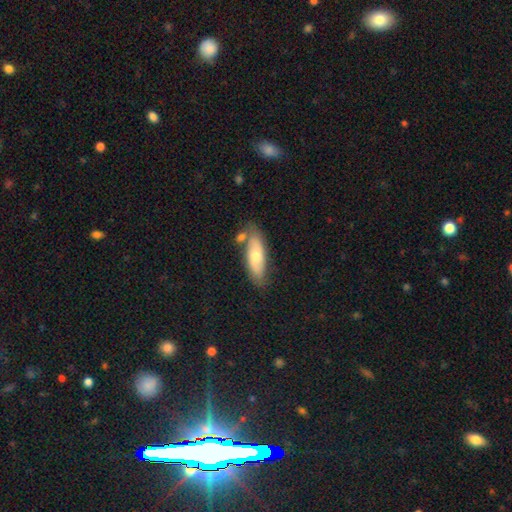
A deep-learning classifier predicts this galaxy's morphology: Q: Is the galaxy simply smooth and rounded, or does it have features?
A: smooth — 63%.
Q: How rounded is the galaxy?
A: in between — 67%.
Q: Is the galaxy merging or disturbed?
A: none — 65%.